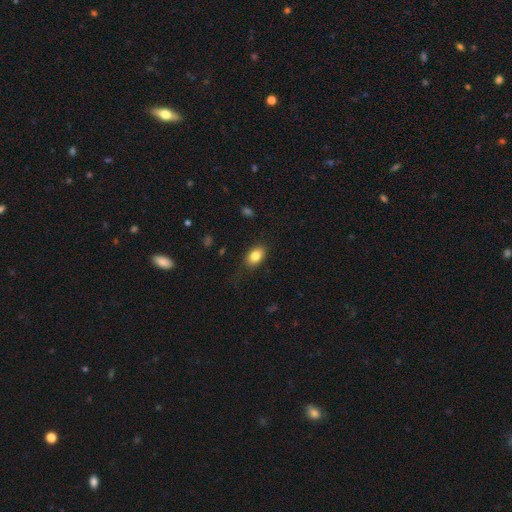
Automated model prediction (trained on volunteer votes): The model was most divided on "merging": none: 82%, minor disturbance: 13%, major disturbance: 4%, merger: 1%. More confident: how rounded — in between (85%); smooth or featured — smooth (84%).